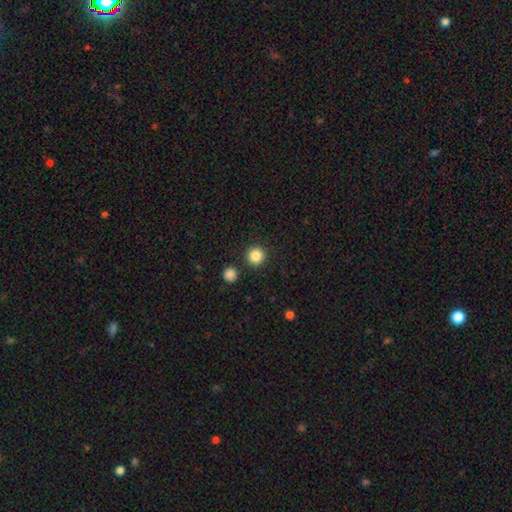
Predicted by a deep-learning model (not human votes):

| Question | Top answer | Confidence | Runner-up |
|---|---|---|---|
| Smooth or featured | smooth | 85% | star or artifact (11%) |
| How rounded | round | 95% | in between (4%) |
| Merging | none | 90% | minor disturbance (5%) |